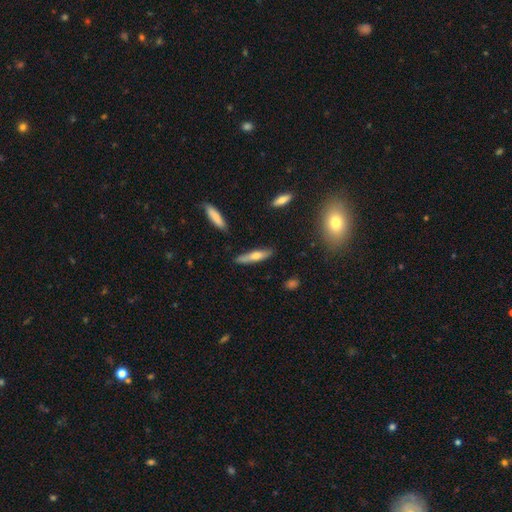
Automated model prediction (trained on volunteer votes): Smooth or featured: smooth — 60% (featured or disk — 33%)
How rounded: cigar-shaped — 81% (in between — 17%)
Merging: none — 83% (minor disturbance — 13%)